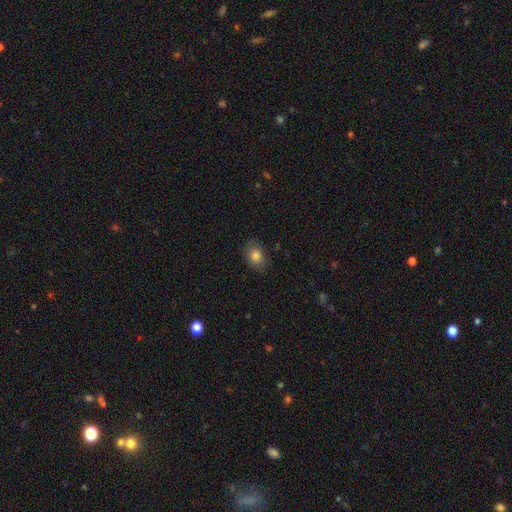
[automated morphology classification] type=smooth (81%); roundness=in between (75%); merging=none (78%).